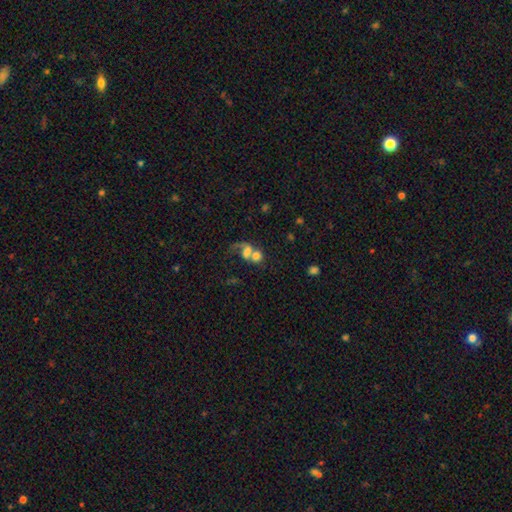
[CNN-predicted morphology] This is possibly a smooth galaxy (55%). How rounded: possibly round (57%). Merging: likely merger (65%).